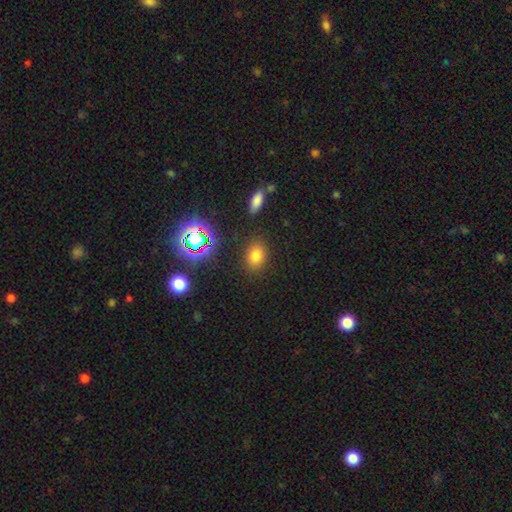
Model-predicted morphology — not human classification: Q: Smooth or featured?
A: smooth (73%); runner-up: star or artifact (20%)
Q: How rounded?
A: in between (70%); runner-up: round (28%)
Q: Merging?
A: none (84%); runner-up: minor disturbance (10%)